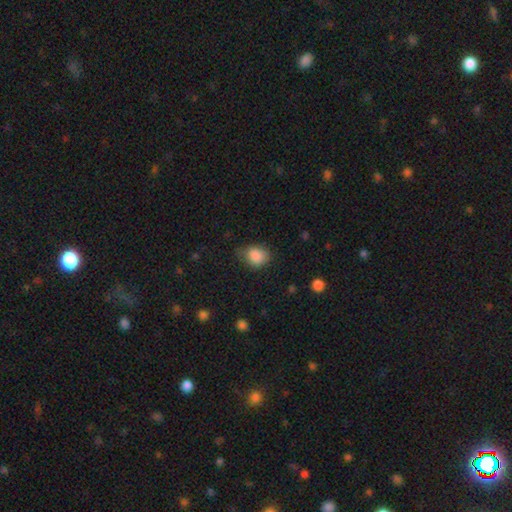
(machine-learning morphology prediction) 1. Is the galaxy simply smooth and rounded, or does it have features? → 86% smooth, 9% star or artifact, 5% featured or disk.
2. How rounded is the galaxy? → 53% round, 46% in between, 1% cigar-shaped.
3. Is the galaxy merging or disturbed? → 60% none, 30% minor disturbance, 8% major disturbance, 2% merger.